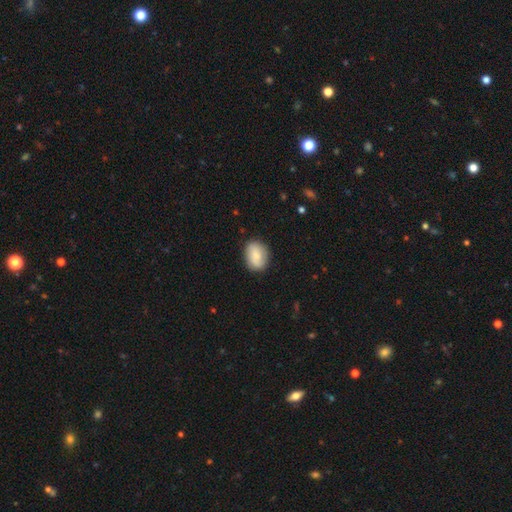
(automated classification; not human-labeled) Q: Smooth or featured?
A: smooth (76%); runner-up: featured or disk (17%)
Q: How rounded?
A: in between (67%); runner-up: round (31%)
Q: Merging?
A: none (83%); runner-up: minor disturbance (13%)